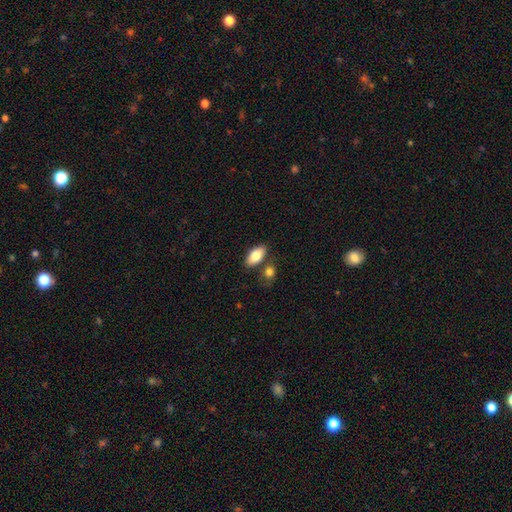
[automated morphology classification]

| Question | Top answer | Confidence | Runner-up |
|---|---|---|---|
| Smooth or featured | smooth | 81% | featured or disk (13%) |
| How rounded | in between | 91% | cigar-shaped (6%) |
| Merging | none | 74% | merger (13%) |